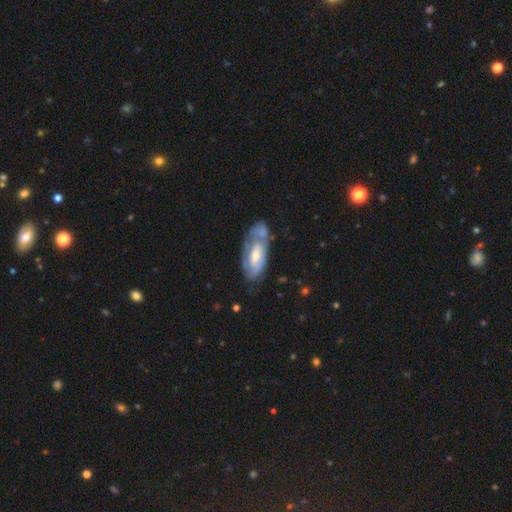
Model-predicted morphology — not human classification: Smooth or featured? Predicted: featured or disk (p=0.62). Edge-on disk? Predicted: no (p=0.88). Bar? Predicted: no (p=0.54). Spiral arms? Predicted: yes (p=0.61). Bulge size? Predicted: moderate (p=0.59). Merging? Predicted: none (p=0.42).